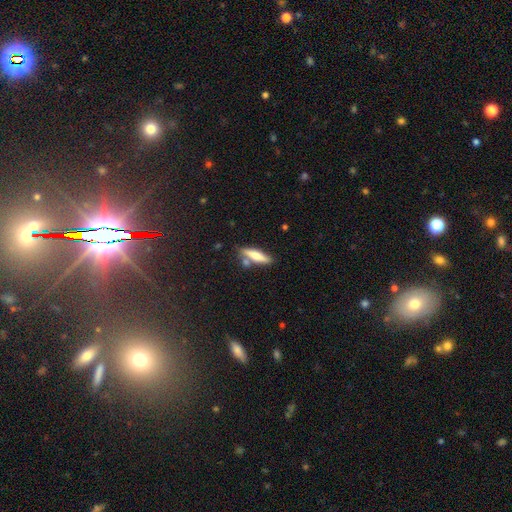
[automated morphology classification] This is likely a smooth galaxy (60%). How rounded: likely cigar-shaped (72%). Merging: likely none (70%).